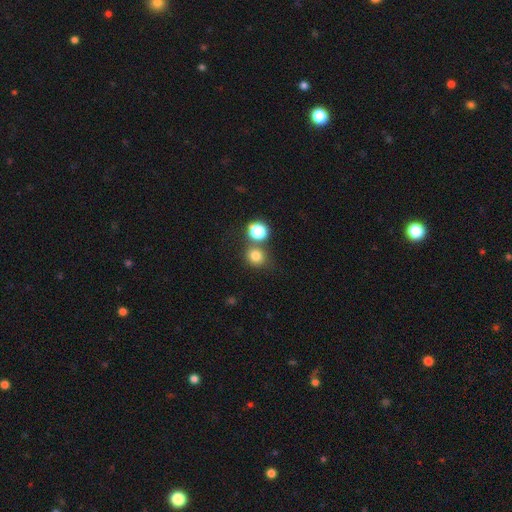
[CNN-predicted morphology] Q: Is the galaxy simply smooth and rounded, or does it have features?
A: smooth — 77%.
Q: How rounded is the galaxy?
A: round — 83%.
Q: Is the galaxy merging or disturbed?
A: none — 64%.